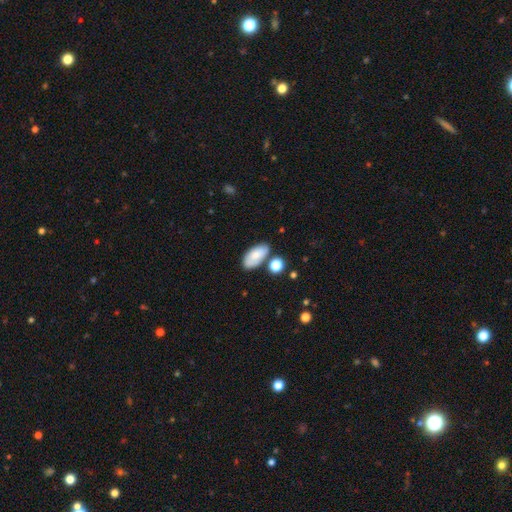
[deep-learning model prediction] Smooth or featured?
  - smooth: 78% *
  - featured or disk: 15%
  - star or artifact: 7%
How rounded?
  - in between: 93% *
  - cigar-shaped: 4%
  - round: 3%
Merging?
  - none: 66% *
  - minor disturbance: 17%
  - merger: 12%
  - major disturbance: 4%